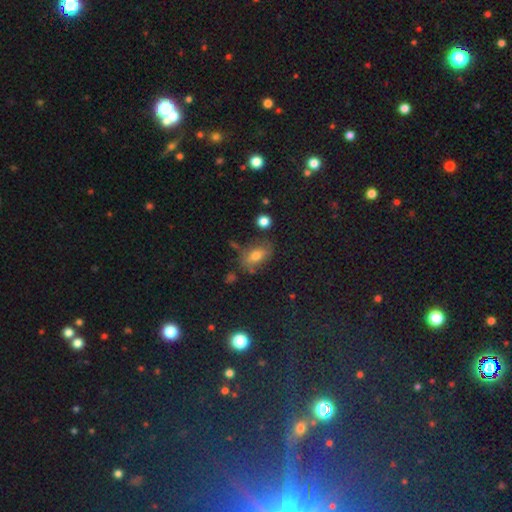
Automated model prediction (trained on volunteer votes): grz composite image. It shows a smooth galaxy with no disk features (66%) that is in between round and cigar-shaped (80%). Merging: none (67%).